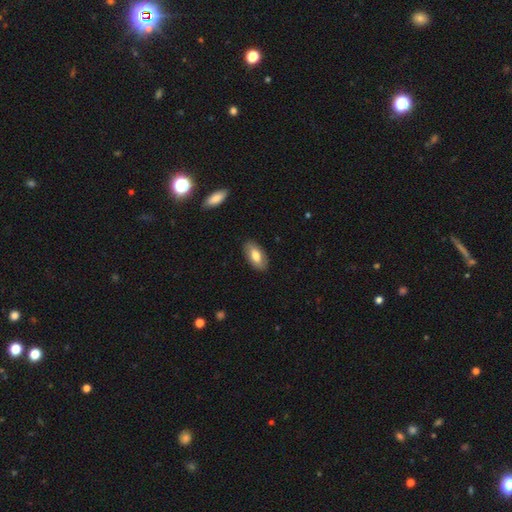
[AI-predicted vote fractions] A smooth galaxy with no disk features (72%) that is in between round and cigar-shaped (93%).

Vote fractions:
- Smooth or featured? smooth: 72% / featured or disk: 22% / star or artifact: 6%
- How rounded? in between: 93% / cigar-shaped: 4% / round: 3%
- Merging? none: 87% / minor disturbance: 10% / major disturbance: 2% / merger: 1%